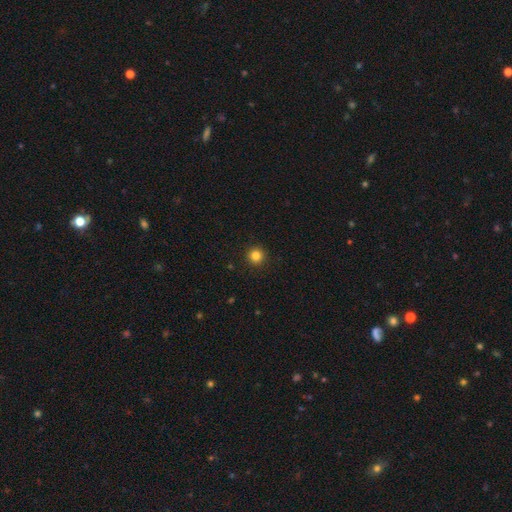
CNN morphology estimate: Q: Smooth or featured?
A: smooth (83%); runner-up: star or artifact (13%)
Q: How rounded?
A: round (96%); runner-up: in between (3%)
Q: Merging?
A: none (93%); runner-up: minor disturbance (4%)